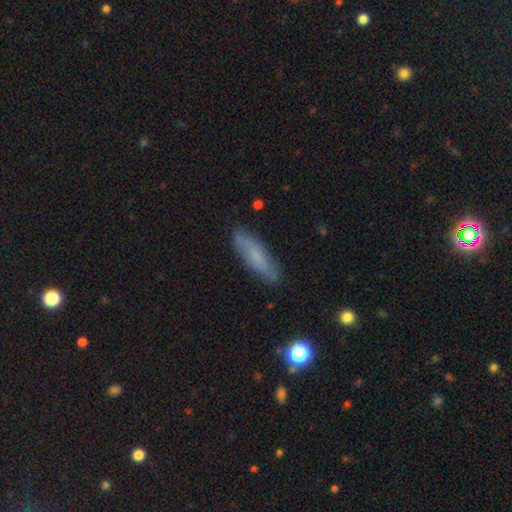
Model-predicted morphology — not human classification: smooth-or-featured: smooth: 70% | featured or disk: 22% | star or artifact: 8%
  how-rounded: cigar-shaped: 71% | in between: 27% | round: 2%
  merging: none: 84% | minor disturbance: 12% | major disturbance: 2% | merger: 1%